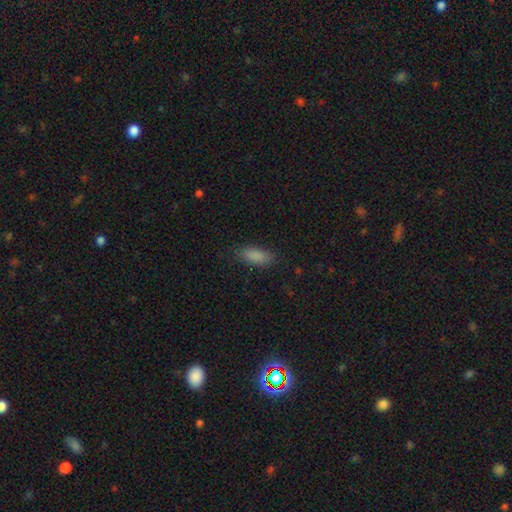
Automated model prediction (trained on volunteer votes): Overall: smooth (88%). How rounded: in between (79%). Merging: none (84%).